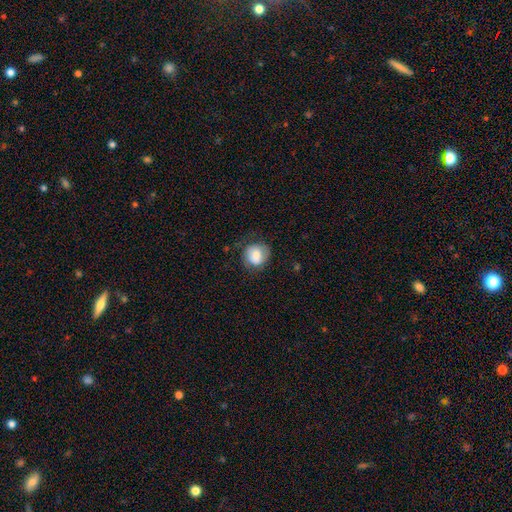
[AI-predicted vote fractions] smooth_or_featured: smooth (p=0.78) [alt: featured or disk p=0.14]
how_rounded: round (p=0.79) [alt: in between p=0.20]
merging: none (p=0.65) [alt: minor disturbance p=0.24]